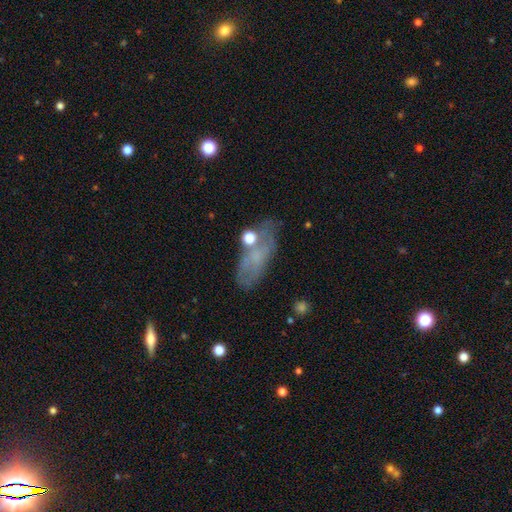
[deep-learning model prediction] Smooth or featured? Predicted: smooth (p=0.48). Merging? Predicted: none (p=0.60).